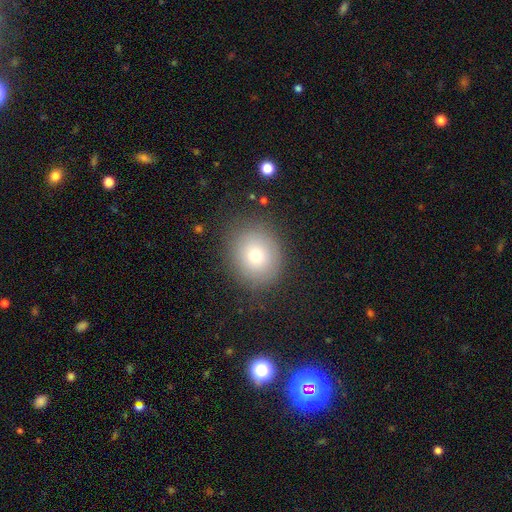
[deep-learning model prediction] This appears to be a smooth galaxy with no disk features (70%) that is round (73%). Merging: none (82%).